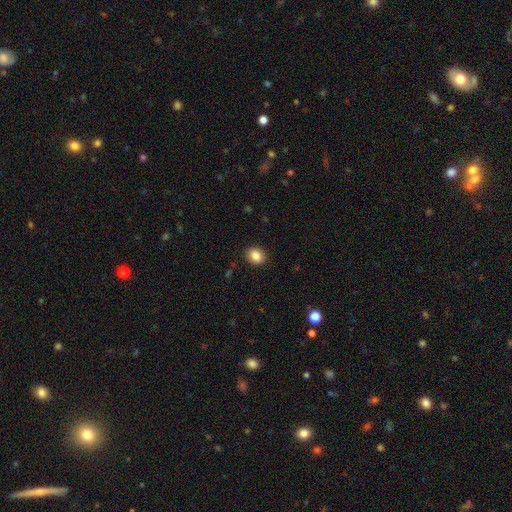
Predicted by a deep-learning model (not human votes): This is clearly a smooth galaxy (86%). How rounded: likely round (64%). Merging: clearly none (90%).